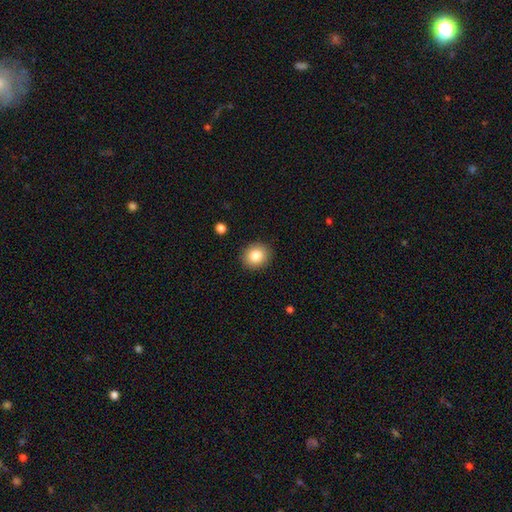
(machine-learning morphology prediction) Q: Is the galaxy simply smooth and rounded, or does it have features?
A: smooth — 83%.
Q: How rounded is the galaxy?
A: round — 77%.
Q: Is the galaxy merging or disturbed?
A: none — 90%.